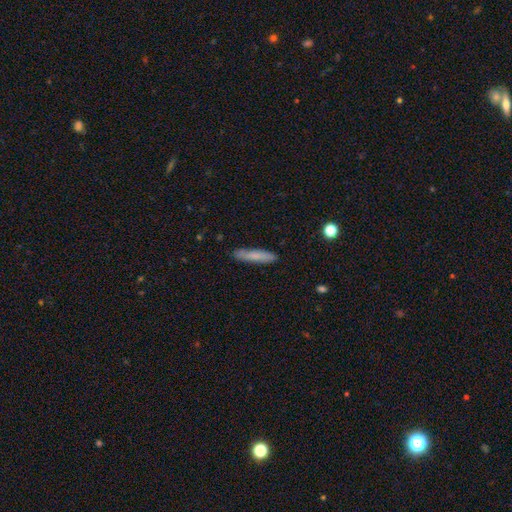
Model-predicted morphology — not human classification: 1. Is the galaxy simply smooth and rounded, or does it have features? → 75% smooth, 18% featured or disk, 6% star or artifact.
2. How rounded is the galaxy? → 90% cigar-shaped, 9% in between, 1% round.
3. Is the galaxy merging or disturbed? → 87% none, 10% minor disturbance, 2% major disturbance, 1% merger.